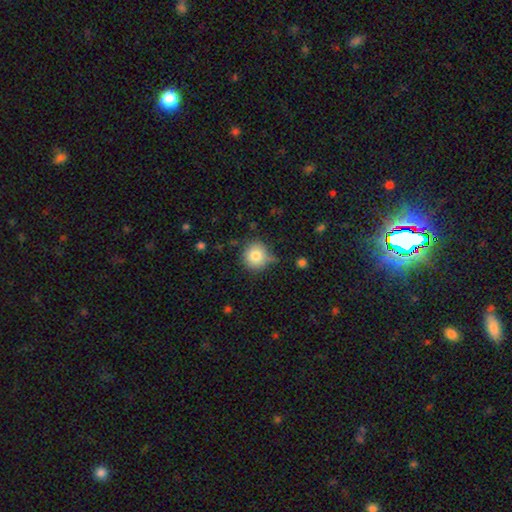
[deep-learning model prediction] A smooth galaxy with no disk features (80%) that is round (91%).

Vote fractions:
- Smooth or featured? smooth: 80% / star or artifact: 10% / featured or disk: 10%
- How rounded? round: 91% / in between: 8% / cigar-shaped: 1%
- Merging? none: 65% / minor disturbance: 23% / merger: 6% / major disturbance: 6%